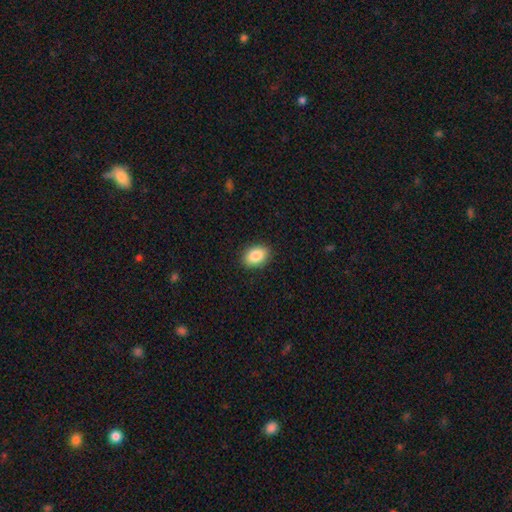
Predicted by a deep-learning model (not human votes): Overall: smooth (87%). How rounded: in between (81%). Merging: none (90%).